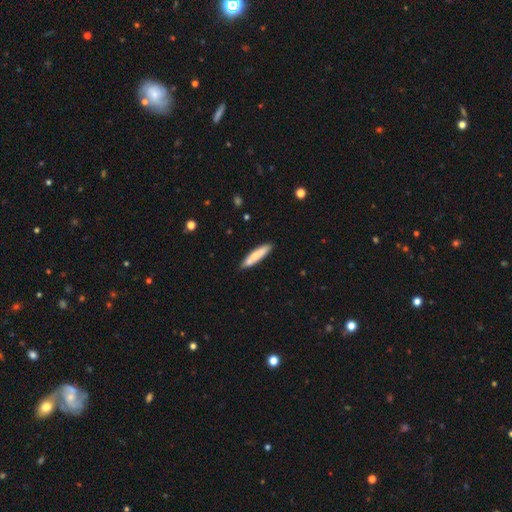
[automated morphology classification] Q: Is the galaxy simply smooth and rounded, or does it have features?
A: smooth — 75%.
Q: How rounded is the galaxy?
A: cigar-shaped — 84%.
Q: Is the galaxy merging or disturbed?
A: none — 82%.